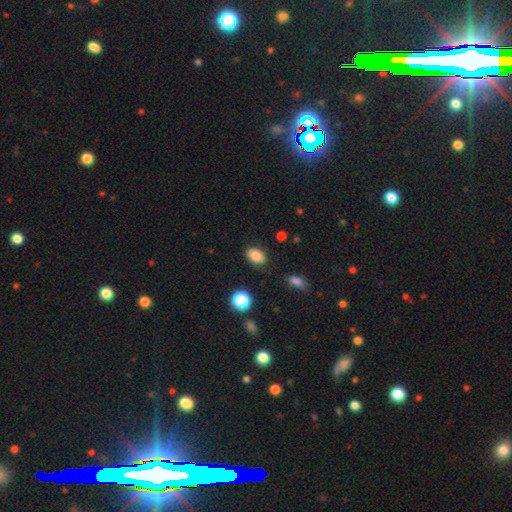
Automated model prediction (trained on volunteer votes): Morphology: type=smooth (85%); roundness=in between (86%); merging=none (83%).